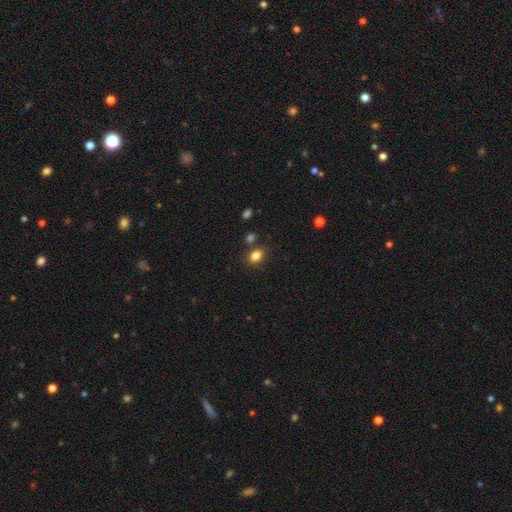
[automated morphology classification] smooth_or_featured: smooth (p=0.84) [alt: star or artifact p=0.10]
how_rounded: in between (p=0.78) [alt: round p=0.21]
merging: none (p=0.77) [alt: minor disturbance p=0.12]